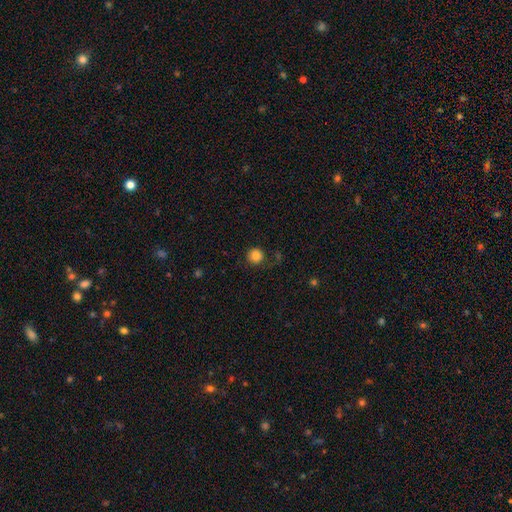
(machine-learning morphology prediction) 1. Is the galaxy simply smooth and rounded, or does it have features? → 84% smooth, 11% star or artifact, 5% featured or disk.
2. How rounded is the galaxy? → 94% round, 5% in between, 1% cigar-shaped.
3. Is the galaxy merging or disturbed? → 81% none, 11% minor disturbance, 5% major disturbance, 2% merger.